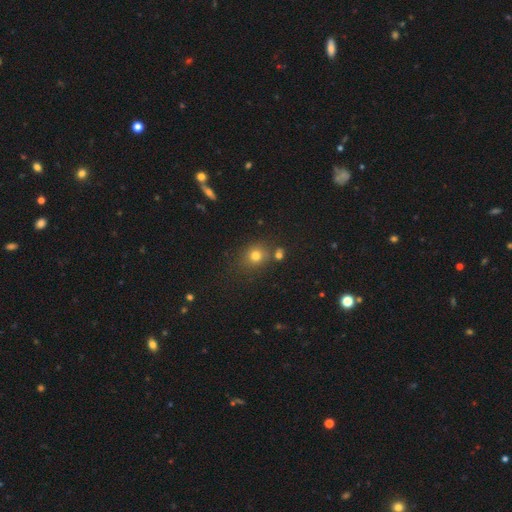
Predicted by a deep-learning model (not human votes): The model was most divided on "how rounded": round: 77%, in between: 22%, cigar-shaped: 1%. More confident: smooth or featured — smooth (76%); merging — none (70%).